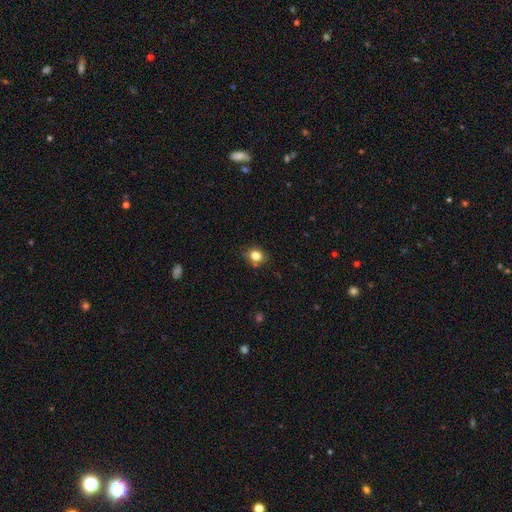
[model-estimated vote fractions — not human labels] smooth_or_featured: smooth (p=0.81) [alt: star or artifact p=0.12]
how_rounded: round (p=0.59) [alt: in between p=0.40]
merging: none (p=0.79) [alt: minor disturbance p=0.14]